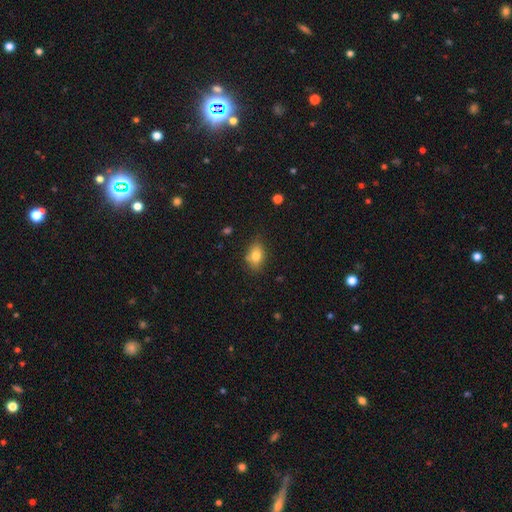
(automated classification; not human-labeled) Morphology: type=smooth (78%); roundness=in between (77%); merging=none (74%).